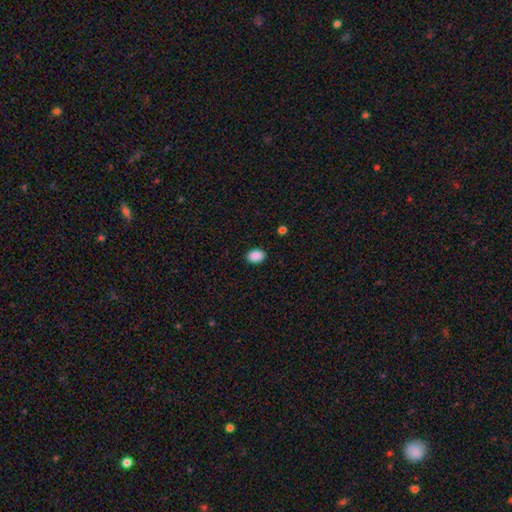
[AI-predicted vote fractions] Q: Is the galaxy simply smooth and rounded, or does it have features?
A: smooth — 89%.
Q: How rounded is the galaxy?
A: in between — 79%.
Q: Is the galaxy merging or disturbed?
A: none — 89%.